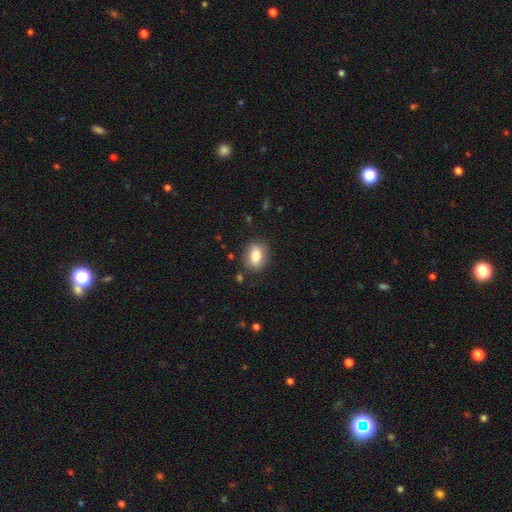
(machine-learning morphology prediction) The model was most divided on "how rounded": in between: 73%, round: 25%, cigar-shaped: 2%. More confident: smooth or featured — smooth (81%); merging — none (81%).